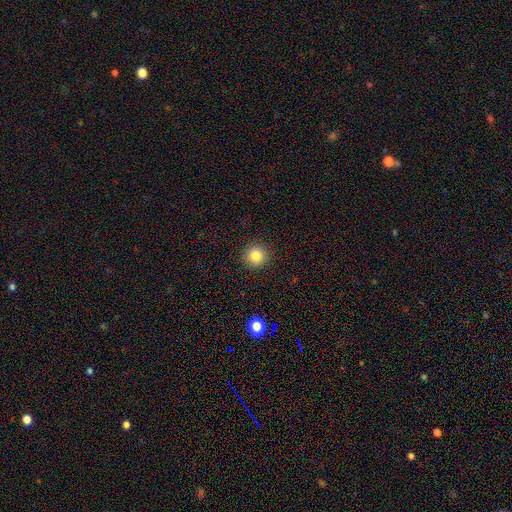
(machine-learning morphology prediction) A smooth galaxy with no disk features (84%) that is round (94%).

Vote fractions:
- Smooth or featured? smooth: 84% / star or artifact: 11% / featured or disk: 5%
- How rounded? round: 94% / in between: 5% / cigar-shaped: 1%
- Merging? none: 91% / minor disturbance: 6% / major disturbance: 2% / merger: 1%